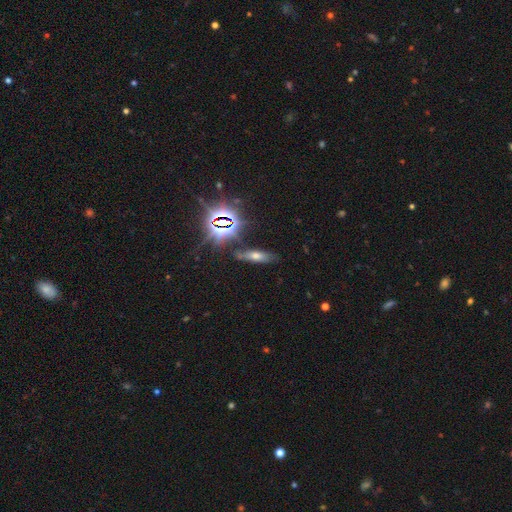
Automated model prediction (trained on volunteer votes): Smooth or featured?
  - star or artifact: 43% *
  - smooth: 32%
  - featured or disk: 25%